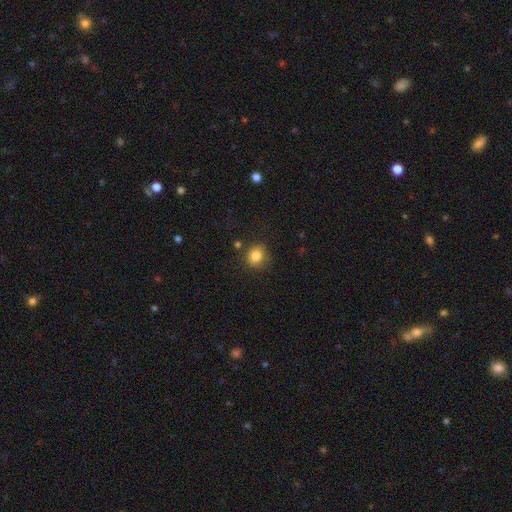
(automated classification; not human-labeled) Q: Smooth or featured?
A: smooth (83%); runner-up: star or artifact (11%)
Q: How rounded?
A: round (86%); runner-up: in between (13%)
Q: Merging?
A: none (83%); runner-up: minor disturbance (11%)